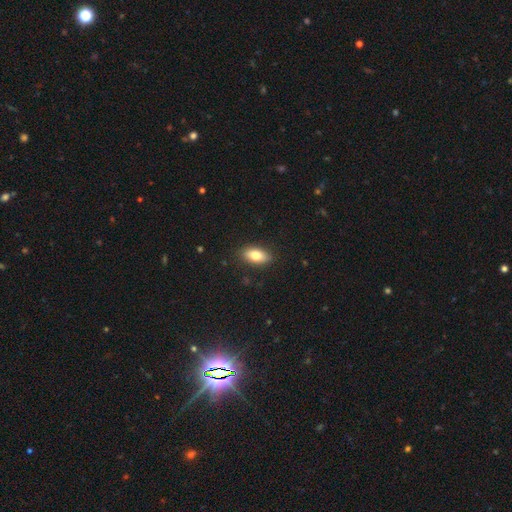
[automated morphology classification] smooth-or-featured: smooth: 79% | featured or disk: 13% | star or artifact: 7%
  how-rounded: in between: 88% | cigar-shaped: 8% | round: 4%
  merging: none: 88% | minor disturbance: 9% | major disturbance: 2% | merger: 1%